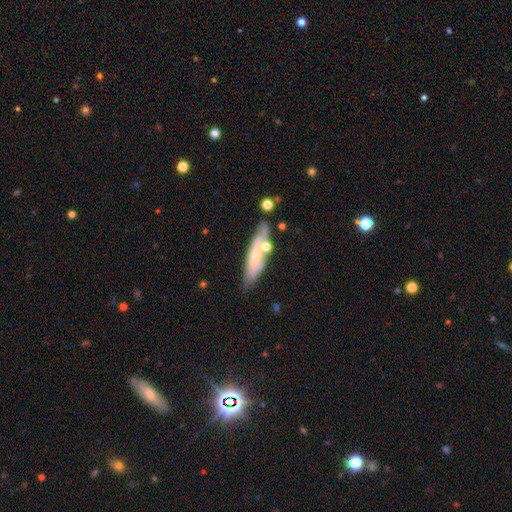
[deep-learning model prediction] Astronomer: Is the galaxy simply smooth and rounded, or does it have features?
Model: featured or disk — 52% (runner-up: smooth, 41%).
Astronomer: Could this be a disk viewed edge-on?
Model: no — 51% (runner-up: yes, 49%).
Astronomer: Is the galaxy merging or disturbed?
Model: none — 60%.